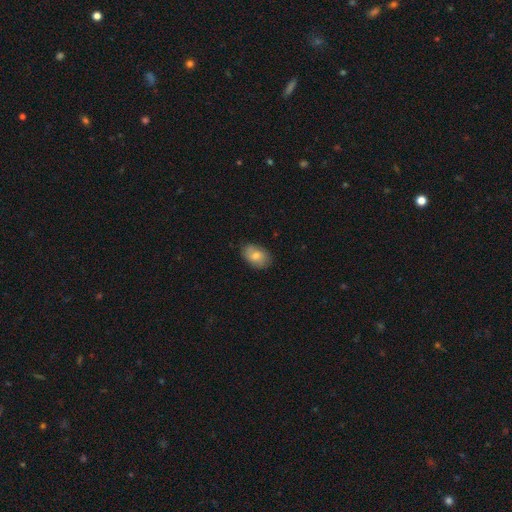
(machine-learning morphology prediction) A smooth galaxy with no disk features (76%) that is in between round and cigar-shaped (88%). Merging: none (78%).